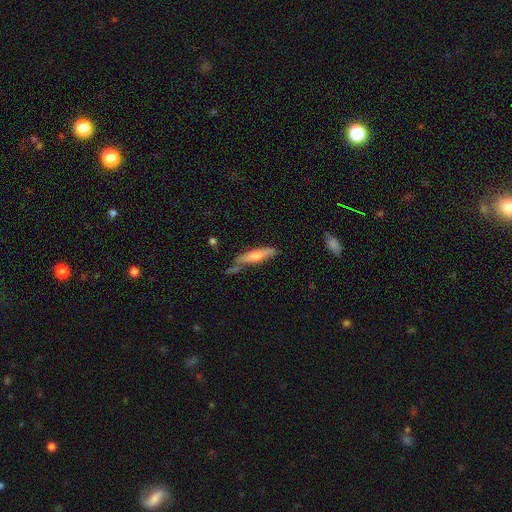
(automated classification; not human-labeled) This is possibly a smooth galaxy (58%). How rounded: clearly cigar-shaped (83%). Merging: likely none (63%).